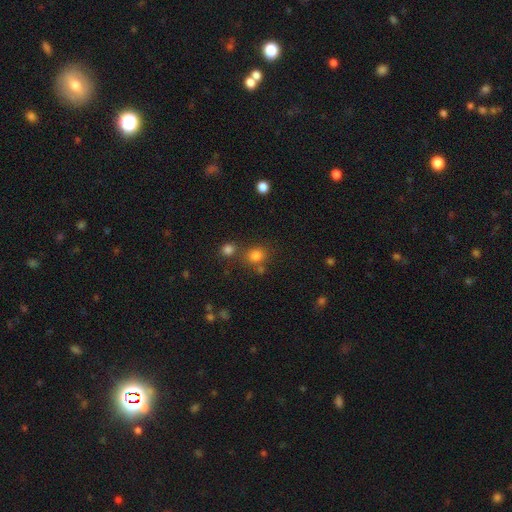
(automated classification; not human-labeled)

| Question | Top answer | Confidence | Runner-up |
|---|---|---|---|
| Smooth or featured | smooth | 78% | star or artifact (15%) |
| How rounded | round | 72% | in between (27%) |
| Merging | none | 64% | merger (20%) |